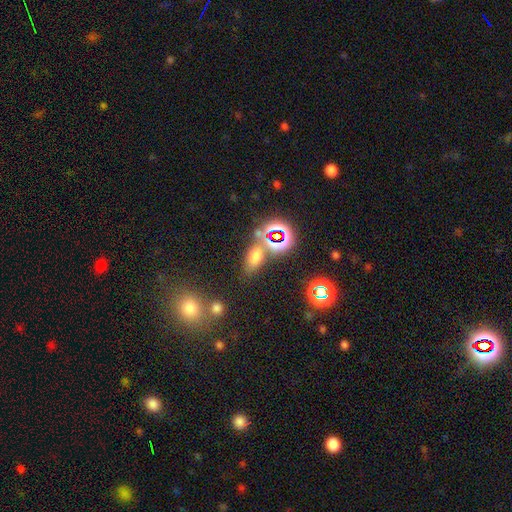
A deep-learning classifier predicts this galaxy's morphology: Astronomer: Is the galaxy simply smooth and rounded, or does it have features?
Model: smooth — 61%.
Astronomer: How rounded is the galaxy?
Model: in between — 80%.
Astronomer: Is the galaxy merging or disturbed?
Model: none — 64%.